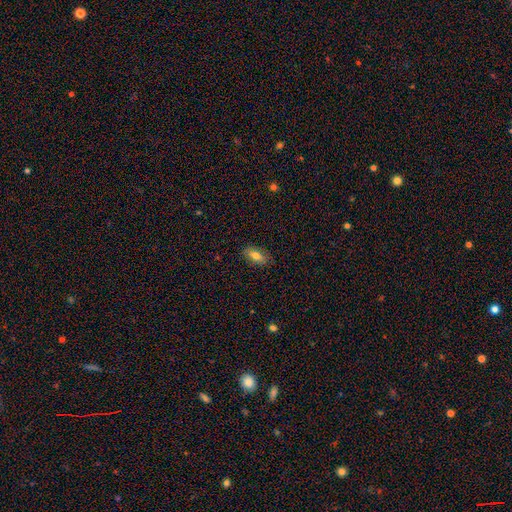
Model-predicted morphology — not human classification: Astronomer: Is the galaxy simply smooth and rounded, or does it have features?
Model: smooth — 76%.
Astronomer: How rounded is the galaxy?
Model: in between — 86%.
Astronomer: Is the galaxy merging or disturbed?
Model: none — 86%.